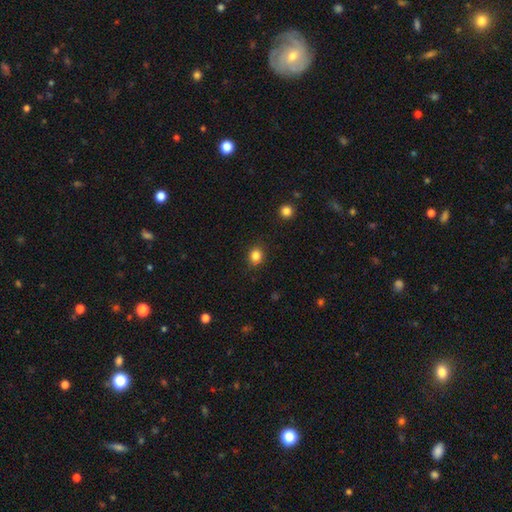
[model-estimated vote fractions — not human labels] Smooth or featured? smooth (84%)
How rounded? round (77%)
Merging? none (88%)